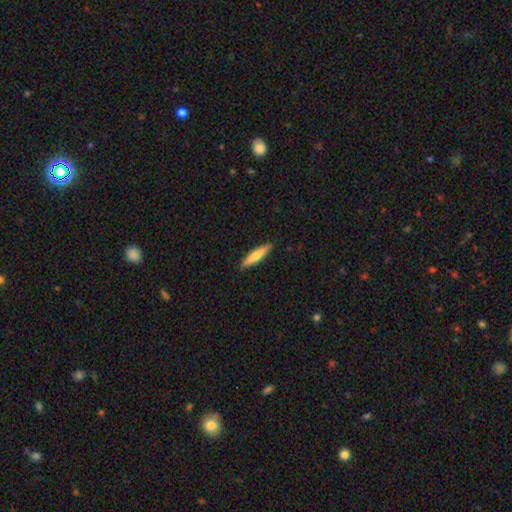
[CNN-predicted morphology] This appears to be a smooth galaxy with no disk features (67%) that is cigar-shaped (81%). Merging: none (90%).